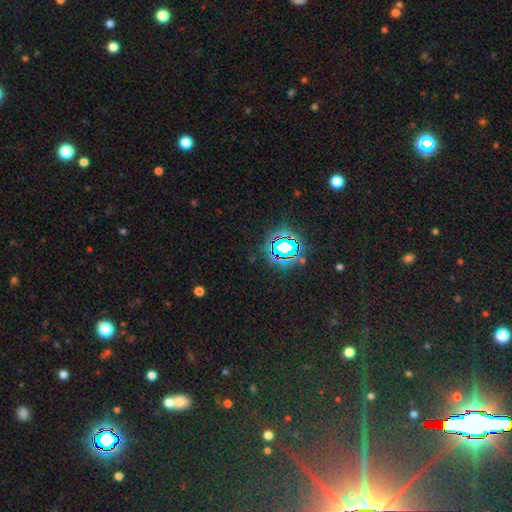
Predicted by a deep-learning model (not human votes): Q: Smooth or featured?
A: star or artifact (78%); runner-up: smooth (14%)